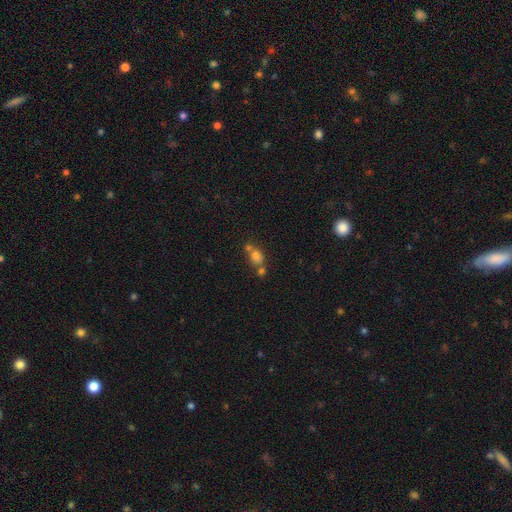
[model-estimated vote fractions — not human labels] The model was most divided on "merging": none: 45%, merger: 40%, minor disturbance: 10%, major disturbance: 5%. More confident: smooth or featured — smooth (75%); how rounded — round (56%).